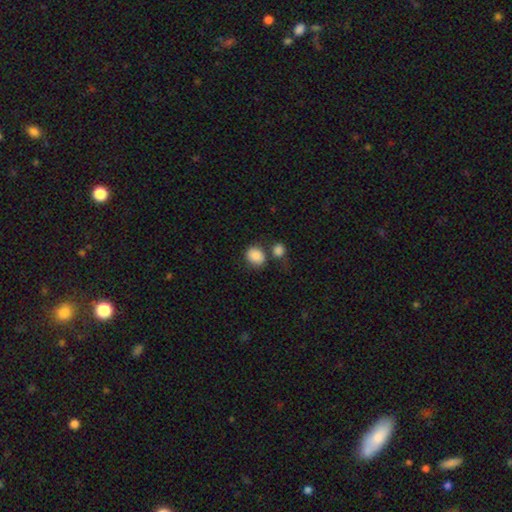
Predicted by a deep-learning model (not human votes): smooth 86%, star or artifact 8%, featured or disk 6%. Down the decision tree: how rounded — round (60%); merging — none (59%).